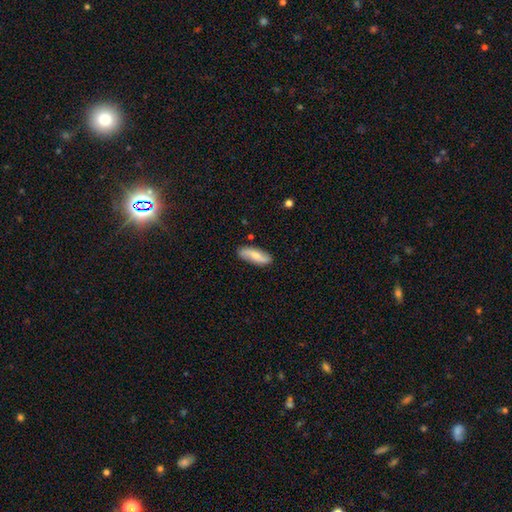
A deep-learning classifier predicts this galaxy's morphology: Smooth or featured? smooth (56%)
How rounded? in between (58%)
Merging? none (84%)